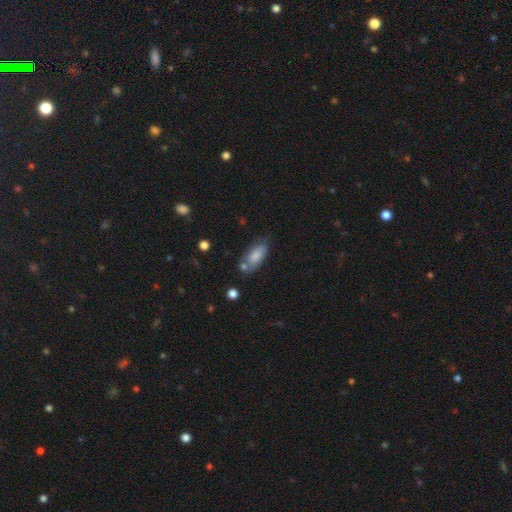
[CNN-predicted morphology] smooth 79%, featured or disk 14%, star or artifact 7%. Down the decision tree: how rounded — in between (84%); merging — none (60%).